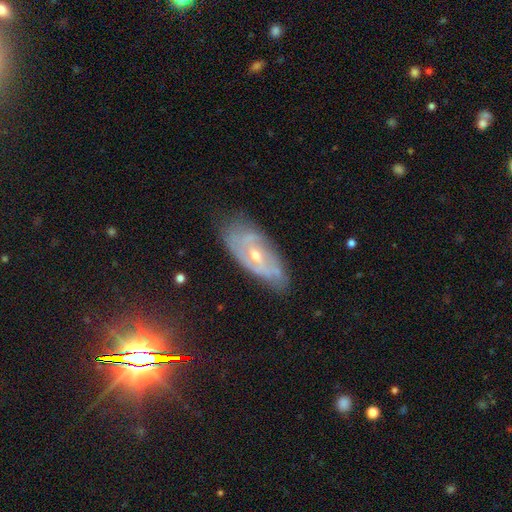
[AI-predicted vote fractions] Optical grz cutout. It shows a featured or disk galaxy (79%) with a weak bar (45%), 2 (41%) tight (49%) spiral arms (89%) and a small central bulge (58%). Merging: none (70%).